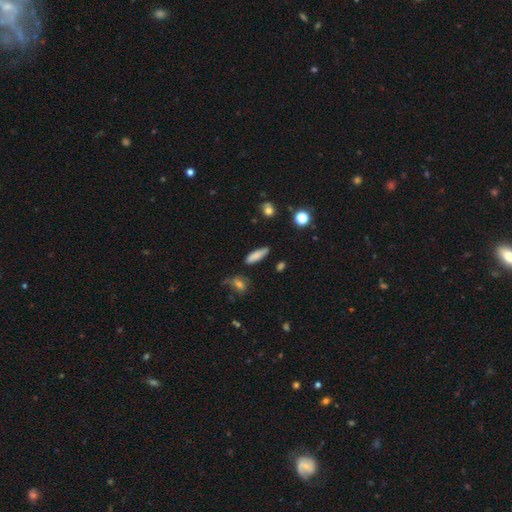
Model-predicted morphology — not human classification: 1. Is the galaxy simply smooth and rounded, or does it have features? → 77% smooth, 14% featured or disk, 8% star or artifact.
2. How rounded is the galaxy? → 58% cigar-shaped, 38% in between, 3% round.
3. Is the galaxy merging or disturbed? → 75% none, 18% minor disturbance, 4% major disturbance, 4% merger.